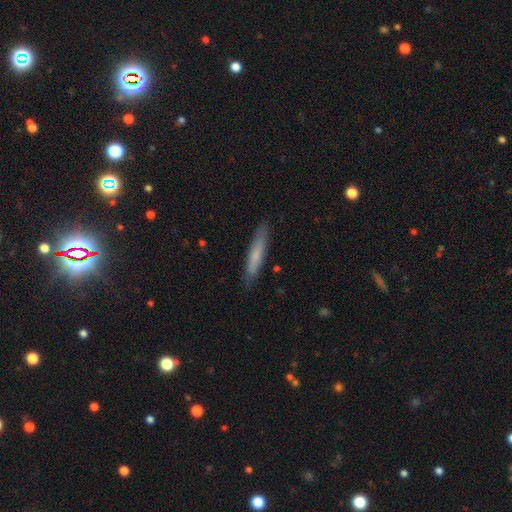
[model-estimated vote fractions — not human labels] This is likely a smooth galaxy (63%). How rounded: clearly cigar-shaped (90%). Merging: clearly none (85%).